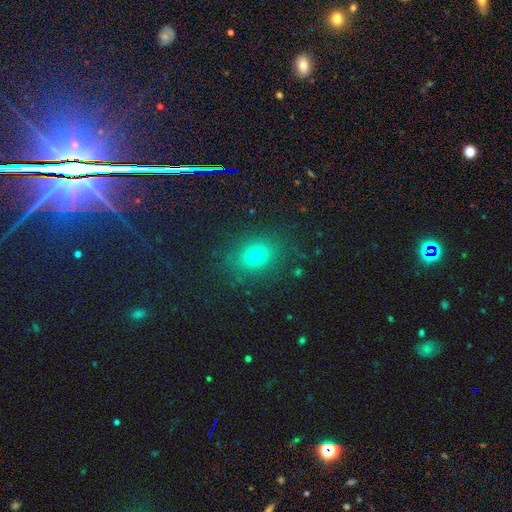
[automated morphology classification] Smooth or featured?
  - smooth: 72% *
  - star or artifact: 18%
  - featured or disk: 10%
How rounded?
  - in between: 50% *
  - round: 48%
  - cigar-shaped: 2%
Merging?
  - none: 85% *
  - minor disturbance: 10%
  - major disturbance: 4%
  - merger: 2%